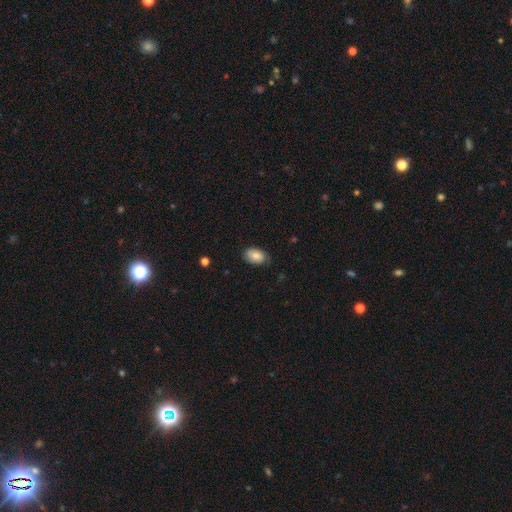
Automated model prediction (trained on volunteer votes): This appears to be a smooth galaxy with no disk features (80%) that is in between round and cigar-shaped (89%). Merging: none (74%).